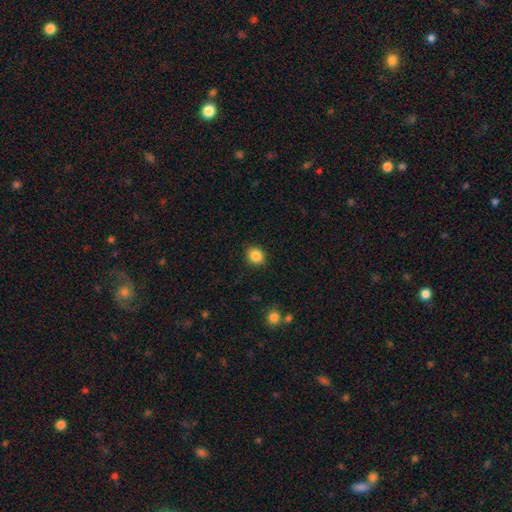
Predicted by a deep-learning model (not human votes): Smooth or featured? Predicted: smooth (p=0.86). How rounded? Predicted: round (p=0.74). Merging? Predicted: none (p=0.89).